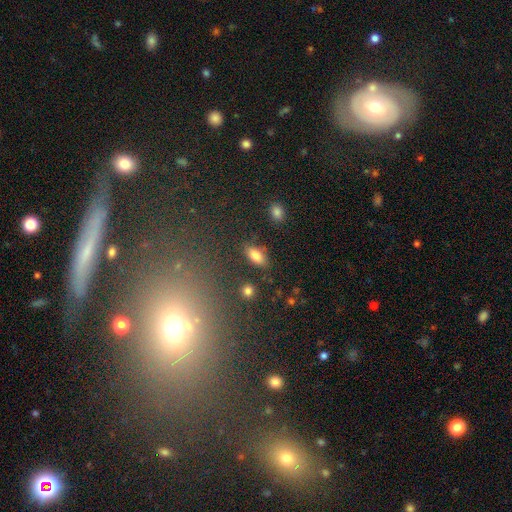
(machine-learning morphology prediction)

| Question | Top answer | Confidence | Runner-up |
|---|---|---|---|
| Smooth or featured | smooth | 82% | featured or disk (9%) |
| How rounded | in between | 89% | cigar-shaped (7%) |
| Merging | none | 82% | minor disturbance (11%) |